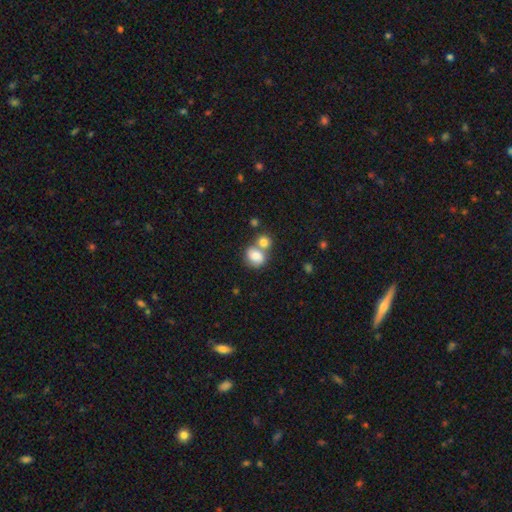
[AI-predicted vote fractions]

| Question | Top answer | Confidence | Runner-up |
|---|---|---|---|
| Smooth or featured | smooth | 73% | featured or disk (18%) |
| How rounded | round | 57% | in between (42%) |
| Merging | merger | 49% | none (35%) |